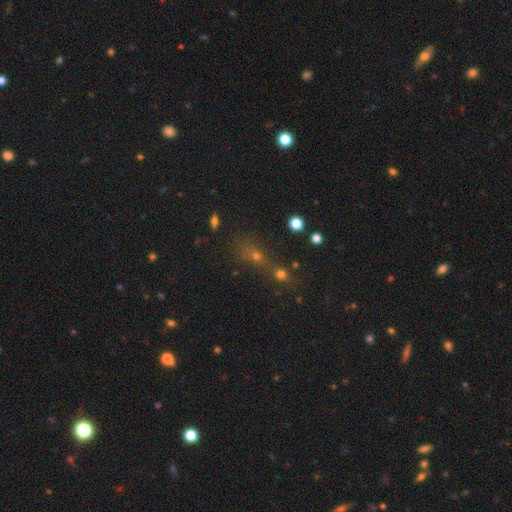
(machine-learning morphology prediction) type=smooth (48%); merging=merger (46%).